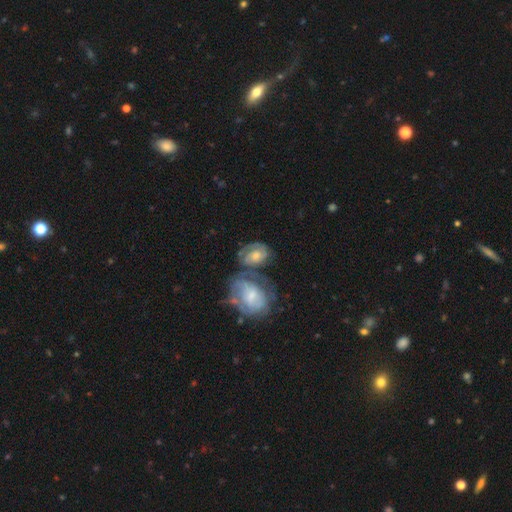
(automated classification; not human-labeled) Overall: featured or disk (66%; smooth 27%). Edge-on disk: no (97%). Bar: no (62%; weak 32%). Spiral arms: yes (85%). Spiral arm count: 2 (43%; can't tell 32%). Spiral winding: tight (53%; medium 36%). Bulge size: moderate (54%; small 34%). Merging: merger (38%; none 37%).